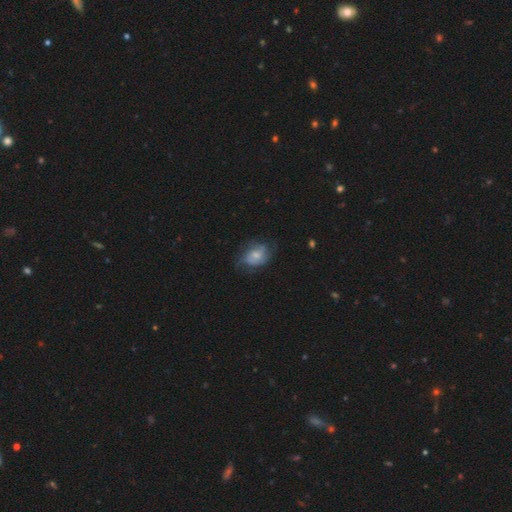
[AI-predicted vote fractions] Overall: featured or disk (56%; smooth 37%). Edge-on disk: no (97%). Bar: no (68%). Spiral arms: yes (82%). Bulge size: small (44%; moderate 43%). Merging: none (59%; minor disturbance 26%).